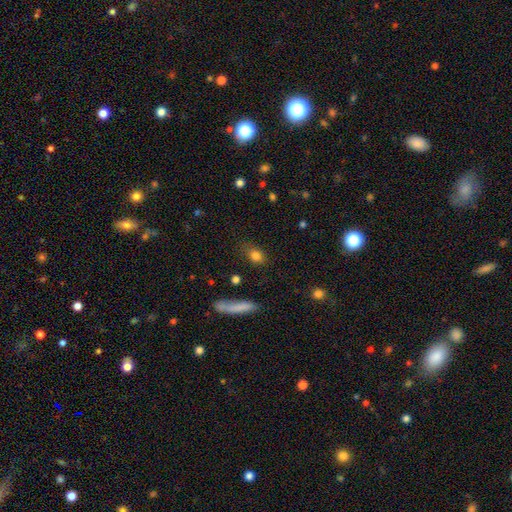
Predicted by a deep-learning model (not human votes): Q: Smooth or featured?
A: smooth (83%); runner-up: star or artifact (9%)
Q: How rounded?
A: in between (65%); runner-up: round (28%)
Q: Merging?
A: none (74%); runner-up: minor disturbance (17%)